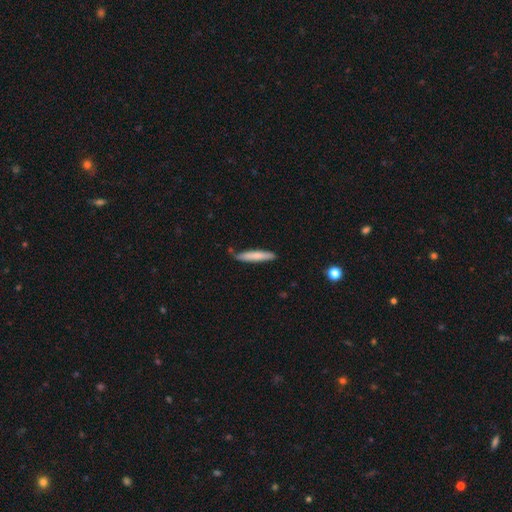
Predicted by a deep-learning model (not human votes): The model was most divided on "smooth or featured": smooth: 74%, featured or disk: 21%, star or artifact: 6%. More confident: how rounded — cigar-shaped (90%); merging — none (77%).